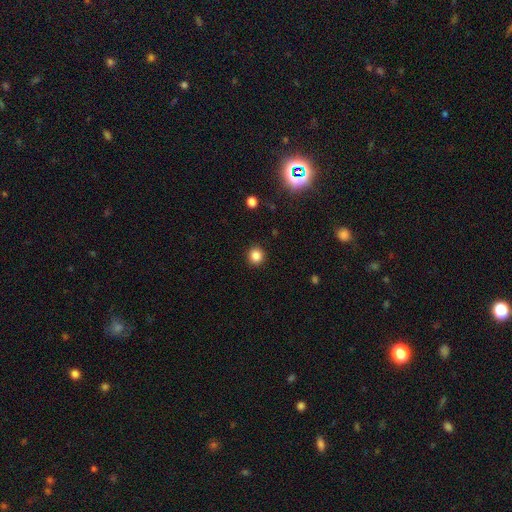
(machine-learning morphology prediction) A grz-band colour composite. It shows a smooth galaxy with no disk features (85%) that is round (92%). Merging: none (92%).